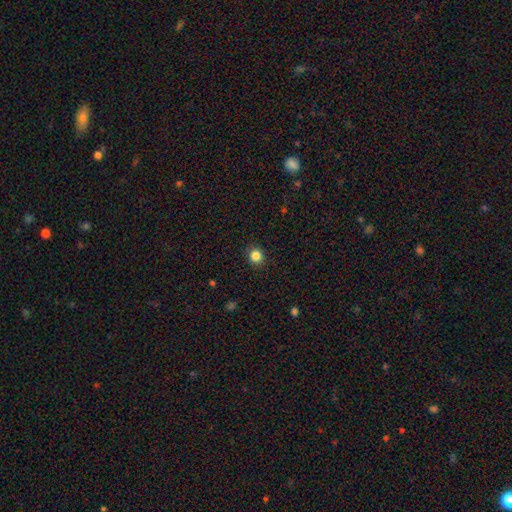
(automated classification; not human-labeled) Smooth or featured? smooth (84%)
How rounded? round (89%)
Merging? none (91%)